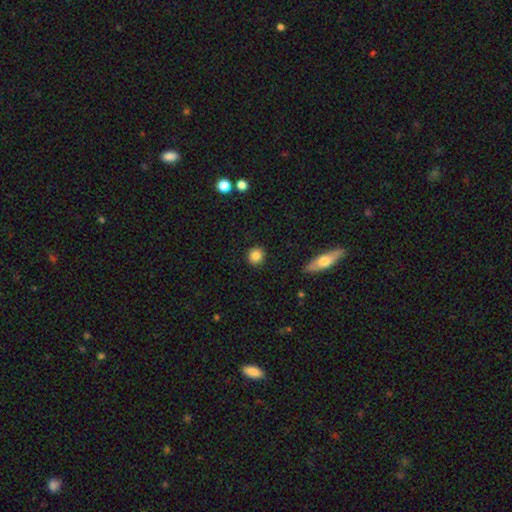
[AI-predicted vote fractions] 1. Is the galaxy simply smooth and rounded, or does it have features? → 85% smooth, 9% star or artifact, 6% featured or disk.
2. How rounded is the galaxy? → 84% round, 15% in between, 1% cigar-shaped.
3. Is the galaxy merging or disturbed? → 90% none, 7% minor disturbance, 2% major disturbance, 1% merger.